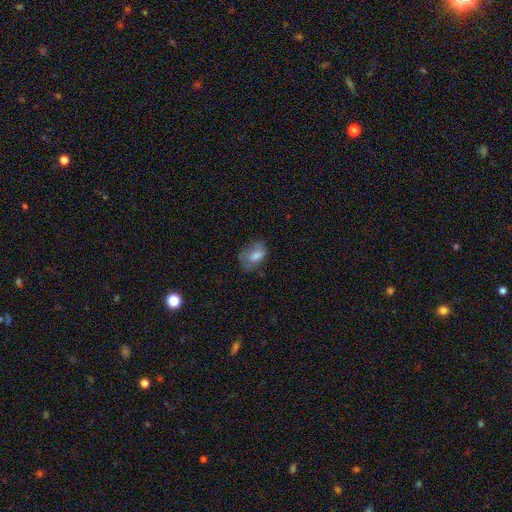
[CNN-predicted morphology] This appears to be a smooth galaxy with no disk features (68%) that is in between round and cigar-shaped (80%). Merging: none (52%).